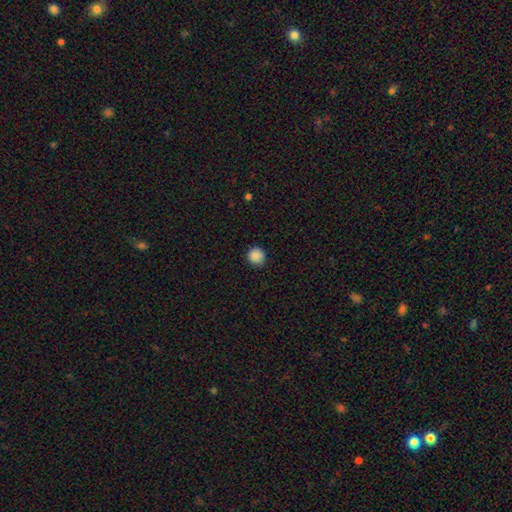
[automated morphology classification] smooth 88%, star or artifact 10%, featured or disk 2%. Down the decision tree: how rounded — round (92%); merging — none (90%).